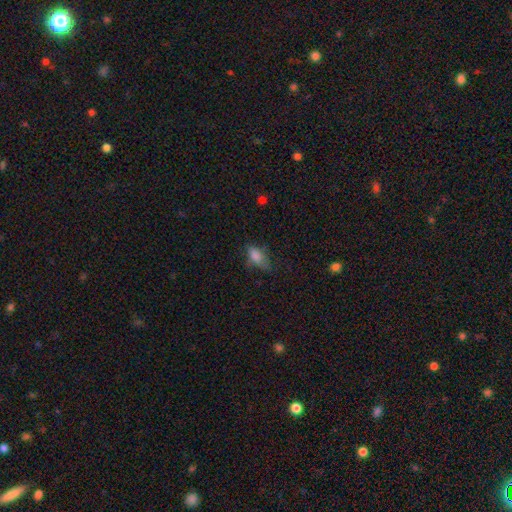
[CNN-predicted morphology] A smooth galaxy with no disk features (78%) that is in between round and cigar-shaped (84%). Merging: none (50%).